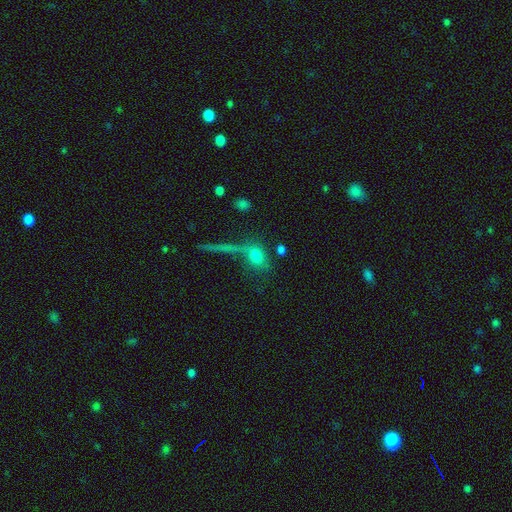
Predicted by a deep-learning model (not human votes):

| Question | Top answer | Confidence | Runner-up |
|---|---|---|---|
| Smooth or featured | smooth | 69% | featured or disk (16%) |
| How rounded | in between | 49% | round (40%) |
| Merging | none | 55% | merger (19%) |